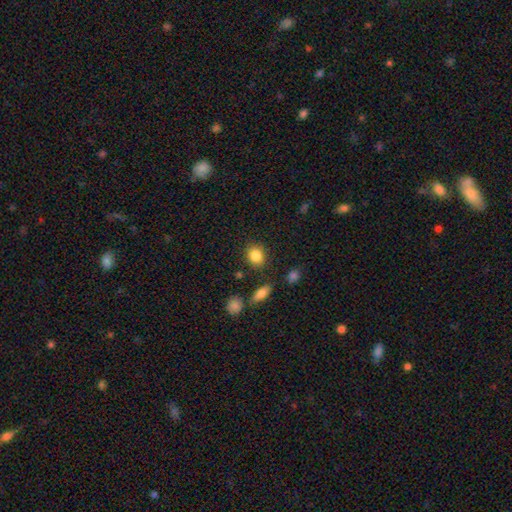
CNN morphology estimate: A smooth galaxy with no disk features (85%) that is round (52%).

Vote fractions:
- Smooth or featured? smooth: 85% / star or artifact: 9% / featured or disk: 6%
- How rounded? round: 52% / in between: 47% / cigar-shaped: 1%
- Merging? none: 83% / minor disturbance: 10% / merger: 4% / major disturbance: 3%